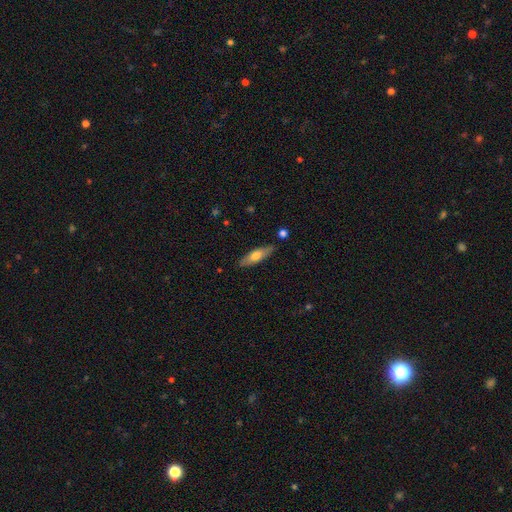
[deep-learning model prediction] Smooth or featured: smooth — 59% (featured or disk — 35%)
How rounded: cigar-shaped — 56% (in between — 42%)
Merging: none — 84% (minor disturbance — 12%)